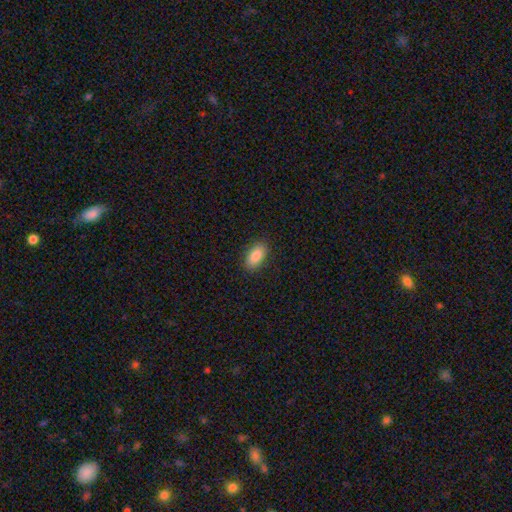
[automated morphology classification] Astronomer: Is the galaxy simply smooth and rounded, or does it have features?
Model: smooth — 88%.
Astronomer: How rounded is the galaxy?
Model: in between — 92%.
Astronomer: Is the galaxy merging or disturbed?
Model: none — 89%.